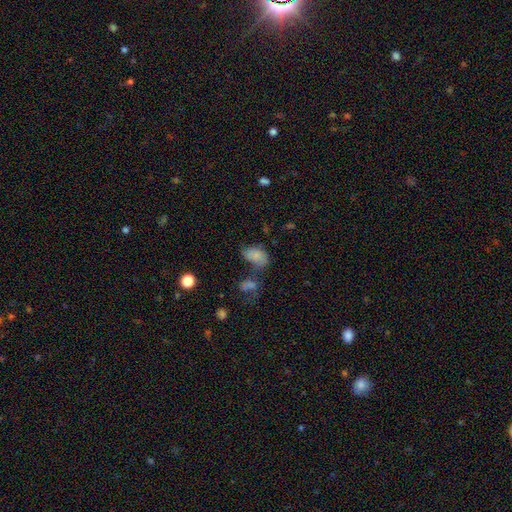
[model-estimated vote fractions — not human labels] Smooth or featured? smooth (79%)
How rounded? in between (86%)
Merging? none (43%)